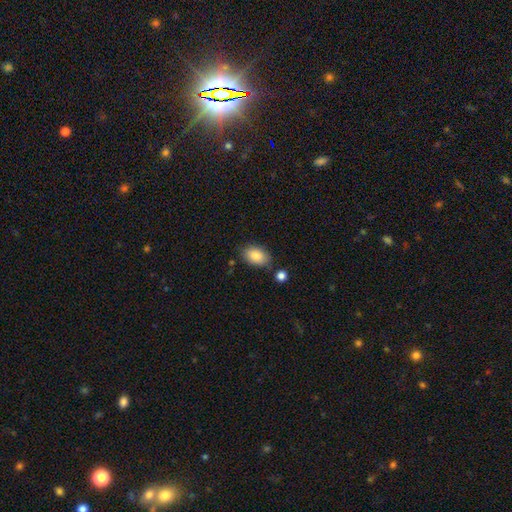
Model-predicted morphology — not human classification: This is clearly a smooth galaxy (86%). How rounded: clearly in between (88%). Merging: likely none (76%).